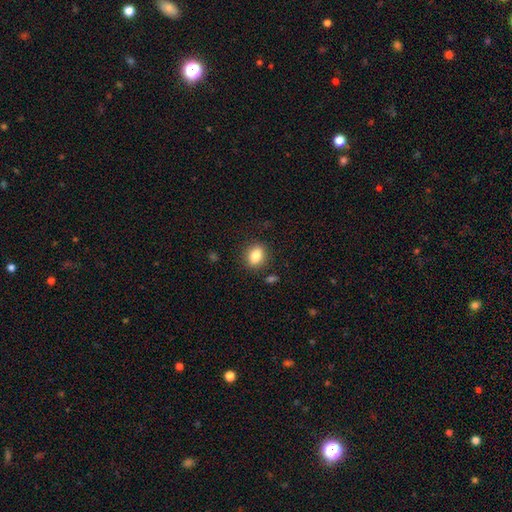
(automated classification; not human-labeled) A smooth galaxy with no disk features (83%) that is in between round and cigar-shaped (62%).

Vote fractions:
- Smooth or featured? smooth: 83% / star or artifact: 9% / featured or disk: 8%
- How rounded? in between: 62% / round: 36% / cigar-shaped: 2%
- Merging? none: 86% / minor disturbance: 9% / major disturbance: 3% / merger: 2%